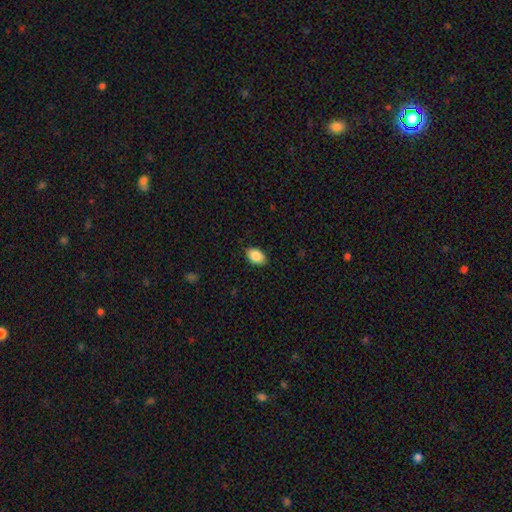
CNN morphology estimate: This appears to be a smooth galaxy with no disk features (88%) that is in between round and cigar-shaped (87%). Merging: none (87%).